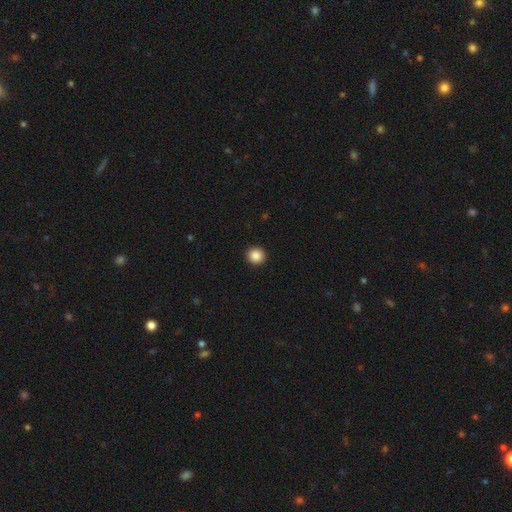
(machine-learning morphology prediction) A smooth galaxy with no disk features (87%) that is round (94%).

Vote fractions:
- Smooth or featured? smooth: 87% / star or artifact: 9% / featured or disk: 3%
- How rounded? round: 94% / in between: 5% / cigar-shaped: 1%
- Merging? none: 93% / minor disturbance: 4% / major disturbance: 1% / merger: 1%